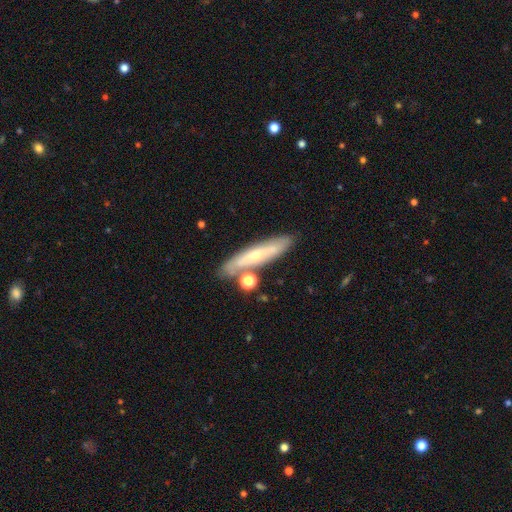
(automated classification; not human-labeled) Smooth or featured: featured or disk — 46% (tied with smooth — 46%)
Merging: none — 72% (minor disturbance — 13%)